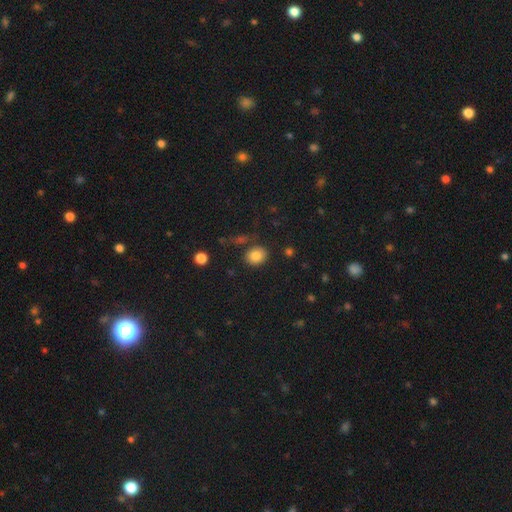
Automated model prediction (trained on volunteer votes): This is clearly a smooth galaxy (83%). How rounded: possibly round (56%). Merging: likely none (79%).